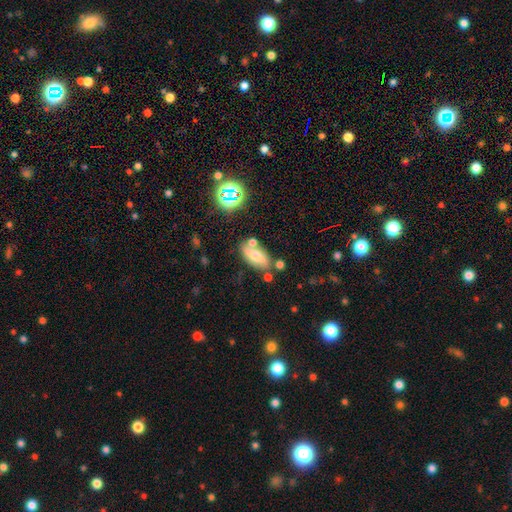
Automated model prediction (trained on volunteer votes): Overall: smooth (58%; featured or disk 30%). How rounded: in between (81%). Merging: none (63%).